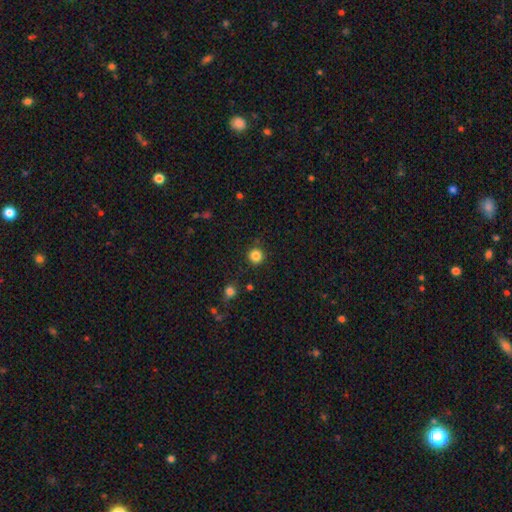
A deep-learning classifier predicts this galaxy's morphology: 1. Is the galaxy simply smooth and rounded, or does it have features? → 84% smooth, 12% star or artifact, 4% featured or disk.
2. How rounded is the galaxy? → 95% round, 4% in between, 1% cigar-shaped.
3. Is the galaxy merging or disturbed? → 89% none, 7% minor disturbance, 2% major disturbance, 2% merger.